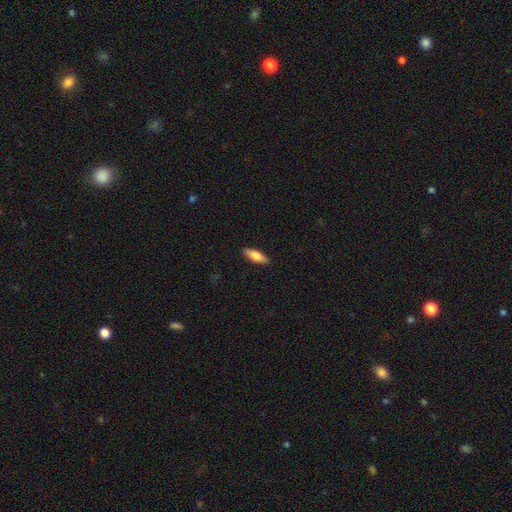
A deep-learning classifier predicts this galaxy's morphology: Smooth or featured?
  - smooth: 71% *
  - featured or disk: 23%
  - star or artifact: 6%
How rounded?
  - in between: 53% *
  - cigar-shaped: 45%
  - round: 2%
Merging?
  - none: 89% *
  - minor disturbance: 8%
  - major disturbance: 2%
  - merger: 1%